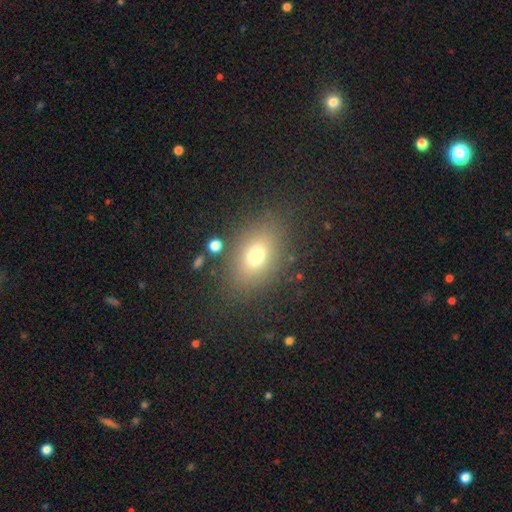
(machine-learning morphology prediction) Smooth or featured? Predicted: smooth (p=0.72). How rounded? Predicted: in between (p=0.72). Merging? Predicted: none (p=0.81).